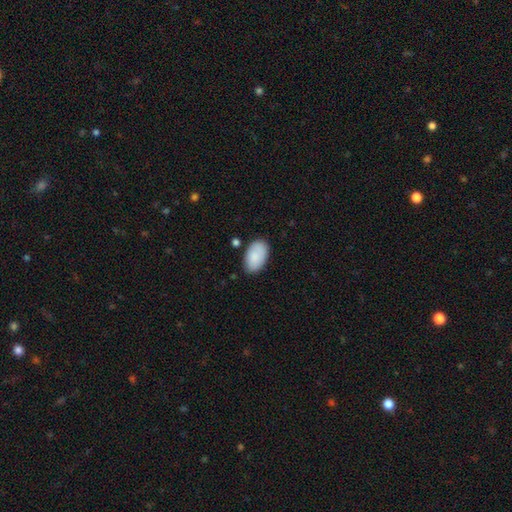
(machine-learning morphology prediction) Overall: smooth (87%). How rounded: in between (94%). Merging: none (80%).